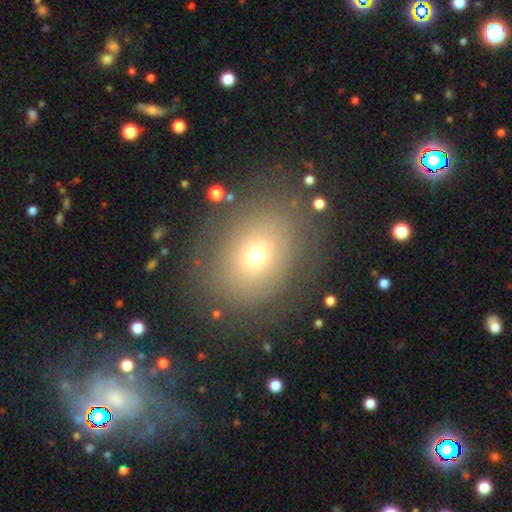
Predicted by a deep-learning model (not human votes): smooth-or-featured: smooth: 63% | featured or disk: 20% | star or artifact: 18%
  how-rounded: round: 53% | in between: 46% | cigar-shaped: 1%
  merging: none: 79% | minor disturbance: 12% | major disturbance: 7% | merger: 2%